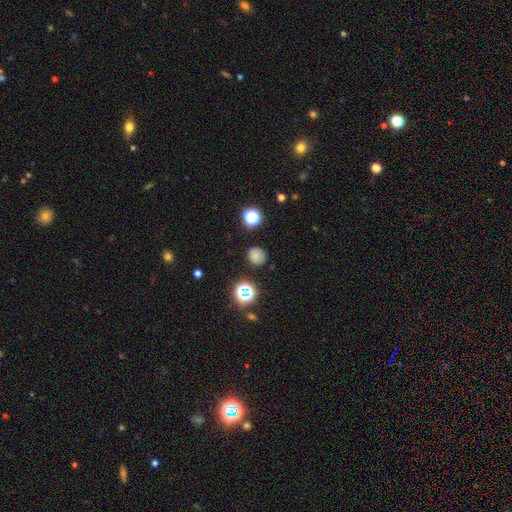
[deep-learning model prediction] Morphology: type=smooth (72%); roundness=round (84%); merging=none (82%).